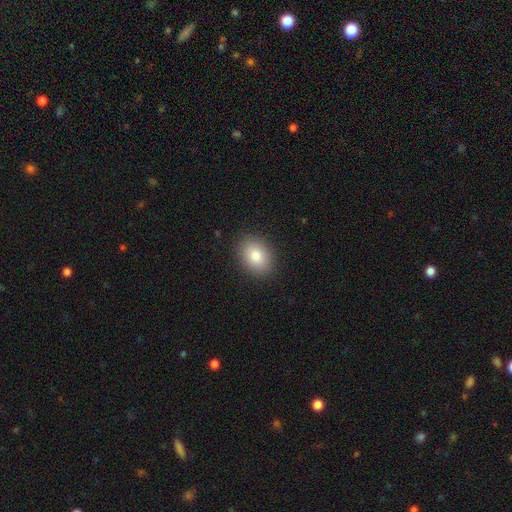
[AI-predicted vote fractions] Smooth or featured? Predicted: smooth (p=0.83). How rounded? Predicted: in between (p=0.68). Merging? Predicted: none (p=0.90).